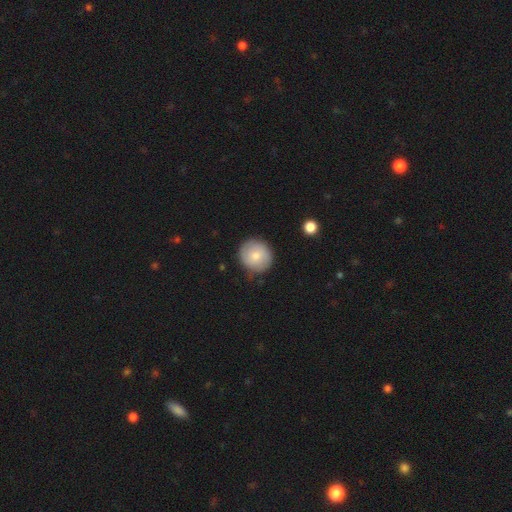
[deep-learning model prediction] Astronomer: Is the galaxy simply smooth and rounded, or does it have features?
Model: smooth — 74%.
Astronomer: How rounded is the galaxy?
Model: round — 92%.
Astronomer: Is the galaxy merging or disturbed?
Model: none — 83%.